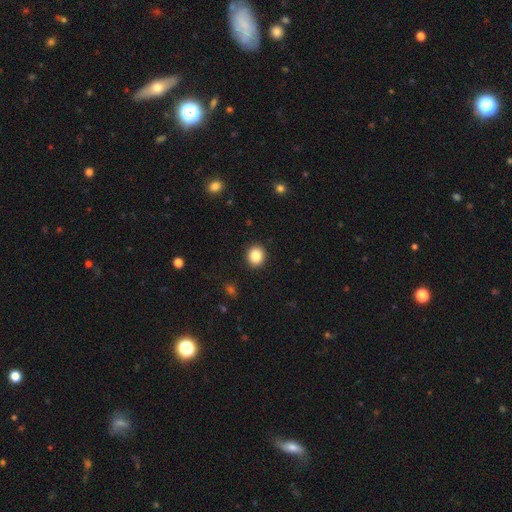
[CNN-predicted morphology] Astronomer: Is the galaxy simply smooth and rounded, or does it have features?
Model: smooth — 85%.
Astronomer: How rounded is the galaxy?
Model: round — 82%.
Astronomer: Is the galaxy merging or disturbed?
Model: none — 92%.